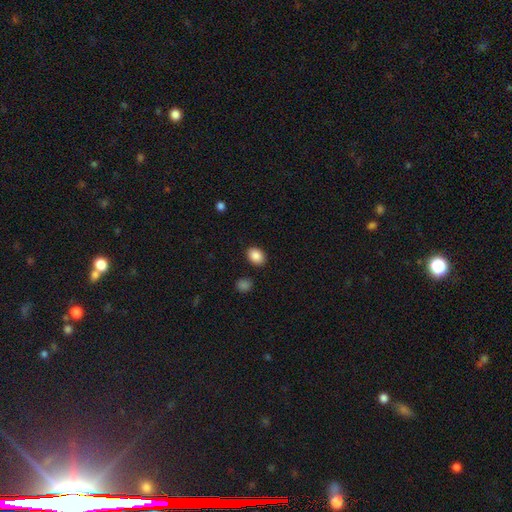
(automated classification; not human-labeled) This is clearly a smooth galaxy (87%). How rounded: likely in between (68%). Merging: clearly none (88%).